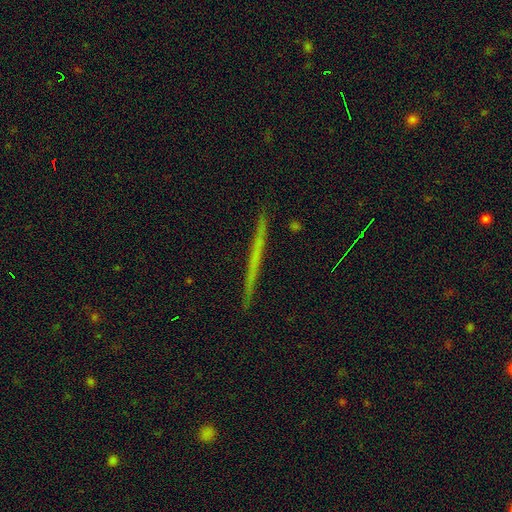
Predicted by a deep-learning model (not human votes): This is possibly a featured or disk galaxy (52%). It is clearly viewed edge-on (97%). Edge-on bulge: clearly none (94%). Merging: clearly none (92%).